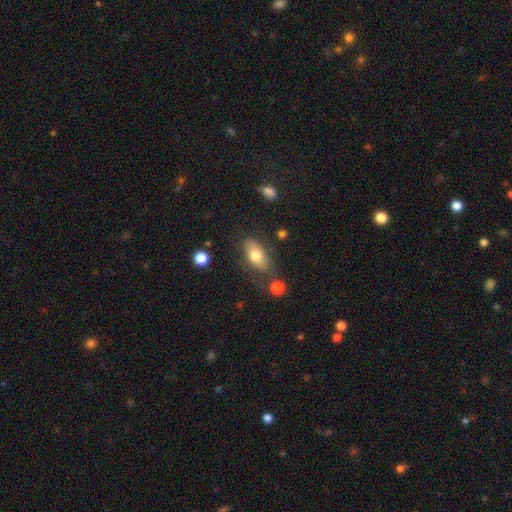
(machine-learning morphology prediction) Q: Smooth or featured?
A: smooth (71%); runner-up: featured or disk (22%)
Q: How rounded?
A: in between (87%); runner-up: cigar-shaped (7%)
Q: Merging?
A: none (70%); runner-up: minor disturbance (18%)